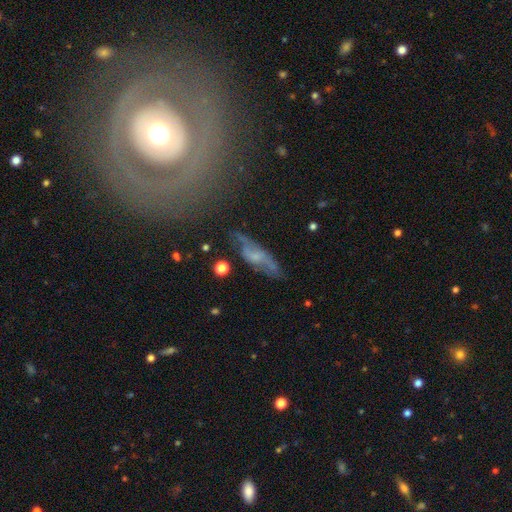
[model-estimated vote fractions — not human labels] This appears to be a featured or disk galaxy (57%). Merging: none (62%).